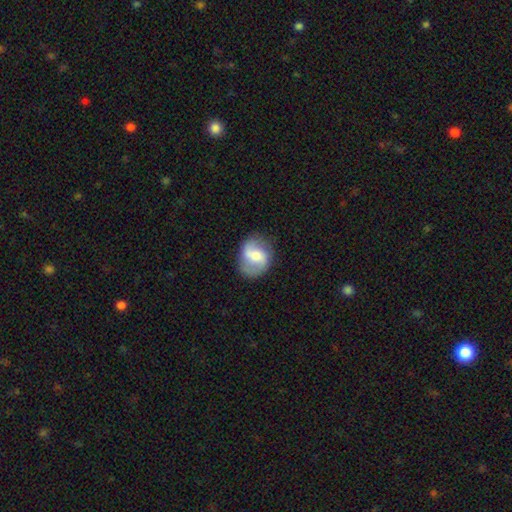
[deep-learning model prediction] featured or disk 64%, smooth 29%, star or artifact 7%. Down the decision tree: edge-on disk — no (97%); bar — weak (49%); spiral arms — yes (86%); spiral arm count — 2 (87%); spiral winding — loose (47%); bulge size — moderate (56%); merging — none (78%).